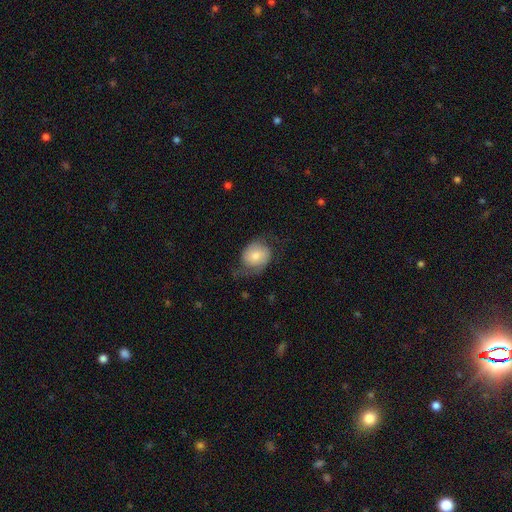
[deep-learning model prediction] Smooth or featured?
  - smooth: 57% *
  - featured or disk: 36%
  - star or artifact: 8%
How rounded?
  - round: 58% *
  - in between: 41%
  - cigar-shaped: 1%
Merging?
  - none: 55% *
  - minor disturbance: 26%
  - major disturbance: 17%
  - merger: 1%